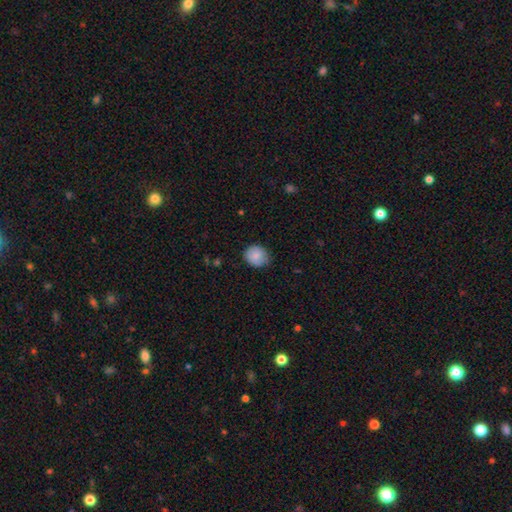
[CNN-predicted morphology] Overall: smooth (83%). How rounded: round (71%). Merging: none (74%).